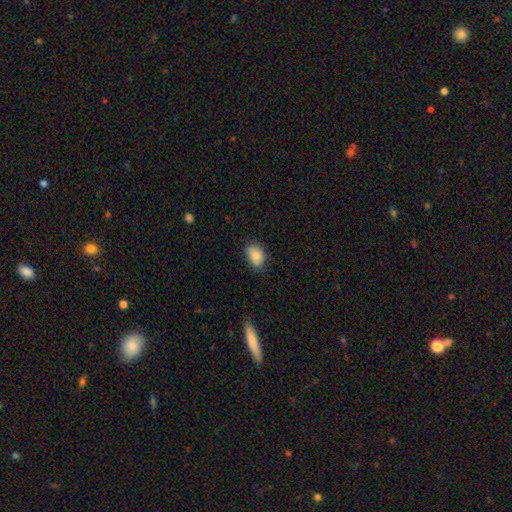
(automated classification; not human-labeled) A smooth galaxy with no disk features (84%) that is in between round and cigar-shaped (82%). Merging: none (72%).